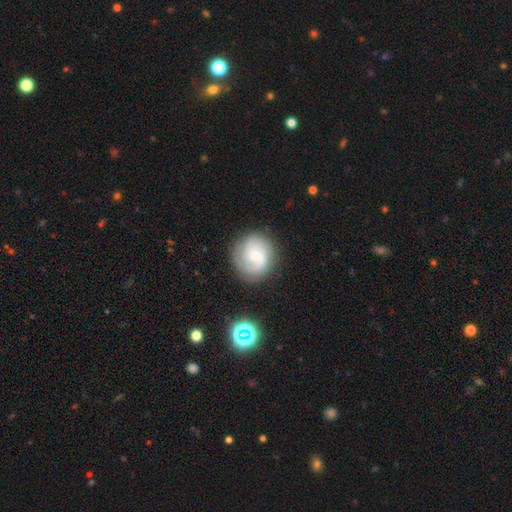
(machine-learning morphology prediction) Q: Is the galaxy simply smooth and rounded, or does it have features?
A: featured or disk — 72%.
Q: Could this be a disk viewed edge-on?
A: no — 98%.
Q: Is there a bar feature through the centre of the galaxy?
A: no — 55%.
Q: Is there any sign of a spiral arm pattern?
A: yes — 93%.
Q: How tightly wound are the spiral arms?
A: tight — 47%.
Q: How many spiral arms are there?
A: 2 — 54%.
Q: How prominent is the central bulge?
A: small — 58%.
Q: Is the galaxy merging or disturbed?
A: none — 78%.